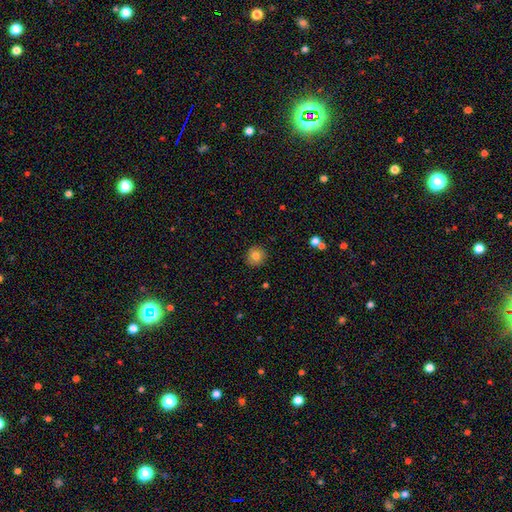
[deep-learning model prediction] Smooth or featured? smooth (80%)
How rounded? round (92%)
Merging? none (90%)